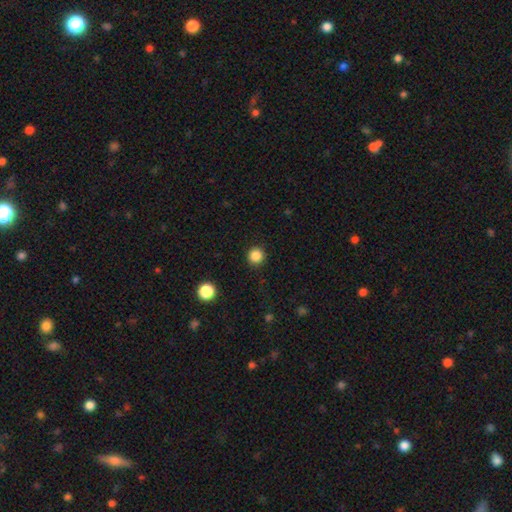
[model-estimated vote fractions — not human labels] Smooth or featured? Predicted: smooth (p=0.85). How rounded? Predicted: round (p=0.94). Merging? Predicted: none (p=0.92).